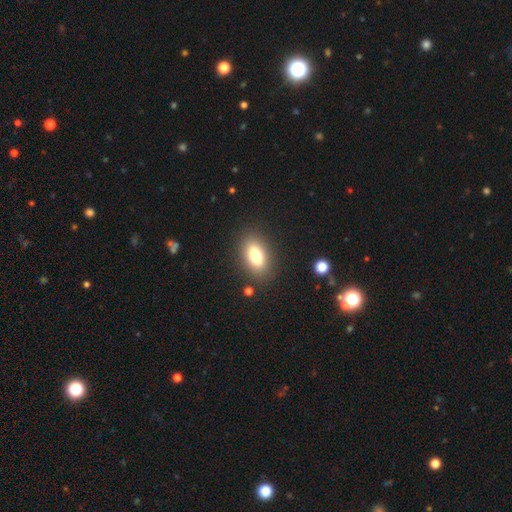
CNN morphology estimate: A smooth galaxy with no disk features (77%) that is in between round and cigar-shaped (88%). Merging: none (86%).